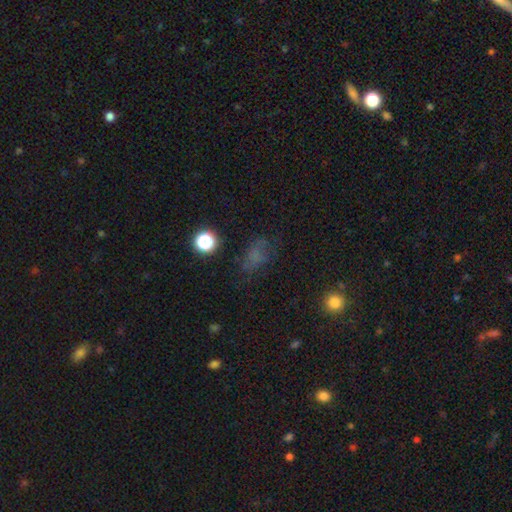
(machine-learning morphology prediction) smooth_or_featured: smooth (p=0.53) [alt: star or artifact p=0.29]
how_rounded: in between (p=0.70) [alt: round p=0.27]
merging: none (p=0.57) [alt: minor disturbance p=0.22]